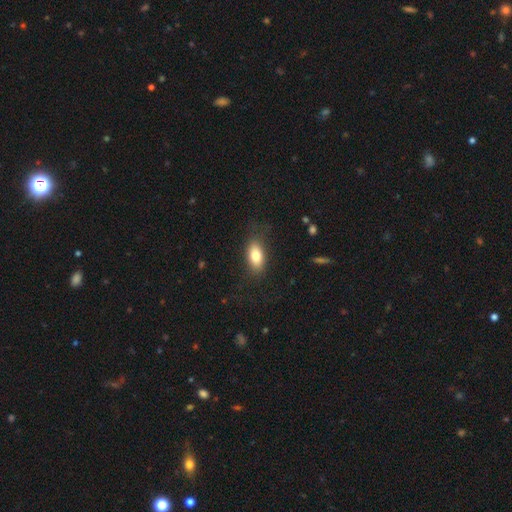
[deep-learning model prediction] A smooth galaxy with no disk features (80%) that is in between round and cigar-shaped (88%).

Vote fractions:
- Smooth or featured? smooth: 80% / featured or disk: 13% / star or artifact: 7%
- How rounded? in between: 88% / cigar-shaped: 6% / round: 6%
- Merging? none: 78% / minor disturbance: 15% / major disturbance: 6% / merger: 1%